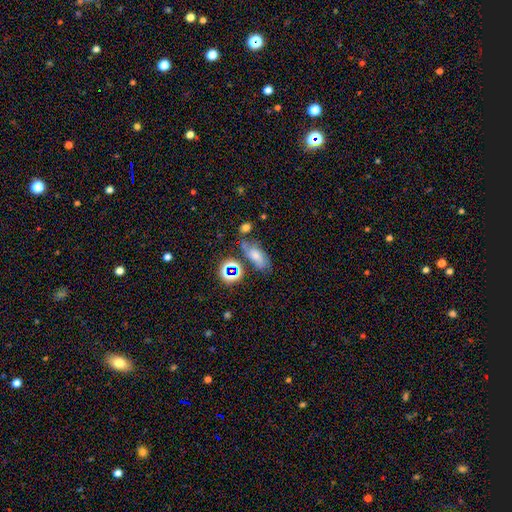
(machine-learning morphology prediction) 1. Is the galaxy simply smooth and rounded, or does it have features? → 52% smooth, 27% featured or disk, 20% star or artifact.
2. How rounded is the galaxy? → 79% in between, 11% round, 10% cigar-shaped.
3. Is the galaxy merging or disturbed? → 54% none, 22% minor disturbance, 12% merger, 11% major disturbance.